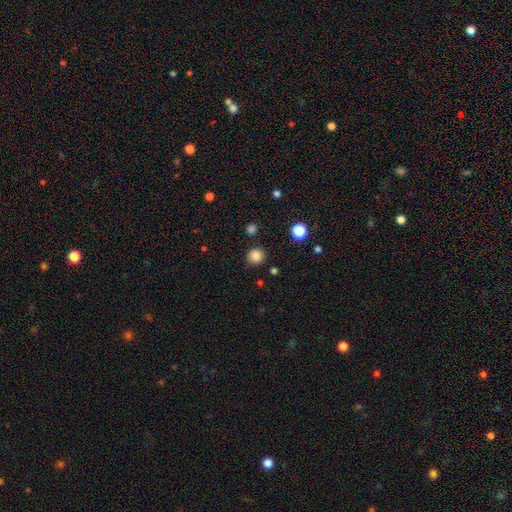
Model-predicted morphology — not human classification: Smooth or featured?
  - smooth: 84% *
  - star or artifact: 12%
  - featured or disk: 4%
How rounded?
  - round: 90% *
  - in between: 9%
  - cigar-shaped: 1%
Merging?
  - none: 85% *
  - minor disturbance: 10%
  - major disturbance: 3%
  - merger: 2%